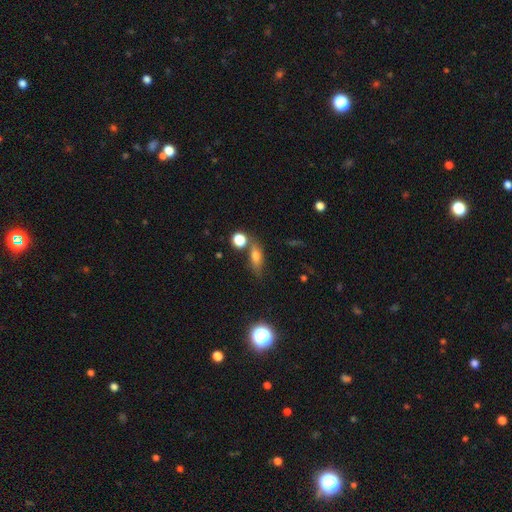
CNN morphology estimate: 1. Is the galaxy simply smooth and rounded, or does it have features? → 68% smooth, 17% featured or disk, 15% star or artifact.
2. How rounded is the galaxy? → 65% in between, 21% cigar-shaped, 14% round.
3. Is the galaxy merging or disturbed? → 61% none, 17% minor disturbance, 15% merger, 7% major disturbance.